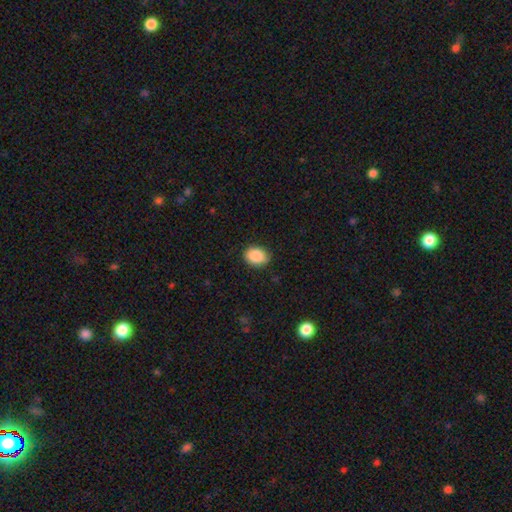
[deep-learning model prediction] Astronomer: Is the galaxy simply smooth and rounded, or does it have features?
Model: smooth — 88%.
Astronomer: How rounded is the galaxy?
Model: in between — 59% (runner-up: round, 40%).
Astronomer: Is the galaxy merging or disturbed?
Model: none — 84%.